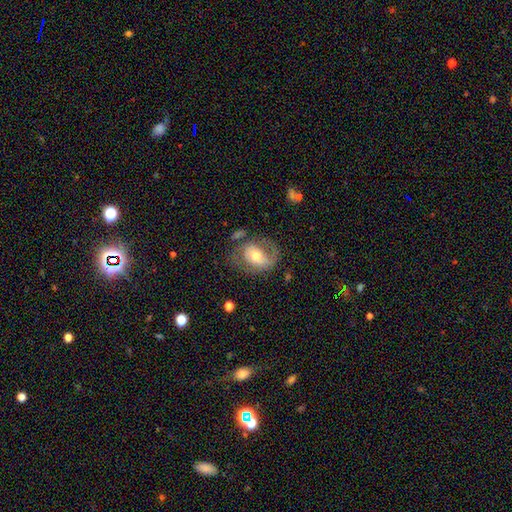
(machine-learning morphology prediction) The model was most divided on "bar": no: 48%, weak: 36%, strong: 17%. More confident: edge-on disk — no (96%); spiral arms — yes (78%); bulge size — moderate (65%); smooth or featured — featured or disk (64%); merging — none (52%).